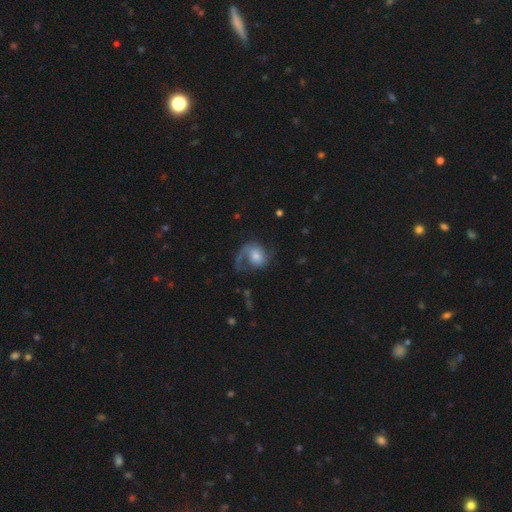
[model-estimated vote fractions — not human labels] Smooth or featured?
  - featured or disk: 69% *
  - smooth: 23%
  - star or artifact: 8%
Edge-on disk?
  - no: 97% *
  - yes: 3%
Bar?
  - no: 66% *
  - weak: 28%
  - strong: 6%
Spiral arms?
  - yes: 91% *
  - no: 9%
Spiral winding?
  - loose: 46% *
  - medium: 39%
  - tight: 16%
Spiral arm count?
  - 1: 63% *
  - 2: 30%
  - can't tell: 4%
  - 3: 1%
  - 4: 1%
  - more than 4: 1%
Bulge size?
  - moderate: 46% *
  - small: 28%
  - large: 17%
  - none: 5%
  - dominant: 3%
Merging?
  - none: 46% *
  - major disturbance: 34%
  - minor disturbance: 18%
  - merger: 3%